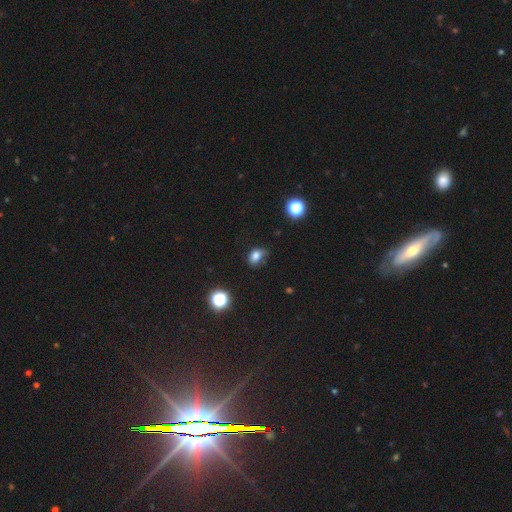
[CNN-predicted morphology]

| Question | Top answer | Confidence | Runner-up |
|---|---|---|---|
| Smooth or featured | smooth | 79% | star or artifact (13%) |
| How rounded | in between | 70% | round (28%) |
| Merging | none | 54% | minor disturbance (33%) |